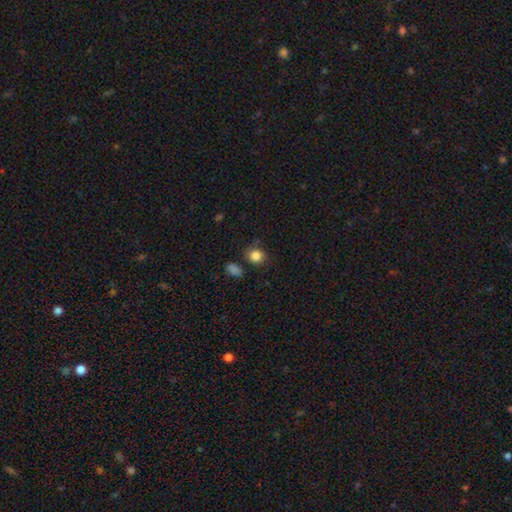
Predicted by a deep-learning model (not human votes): Smooth or featured? smooth (84%)
How rounded? round (80%)
Merging? none (75%)